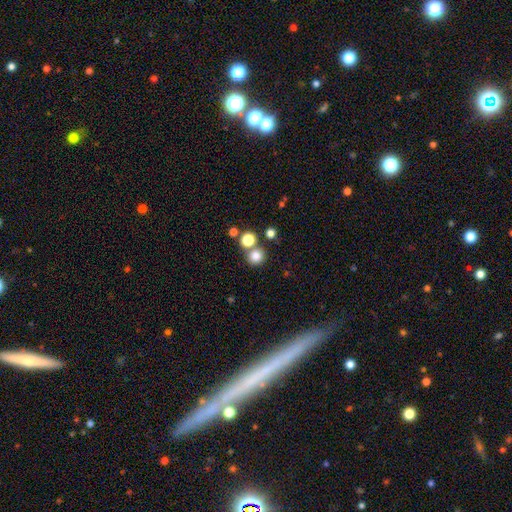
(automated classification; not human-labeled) This is clearly a smooth galaxy (80%). How rounded: clearly round (91%). Merging: likely none (68%).